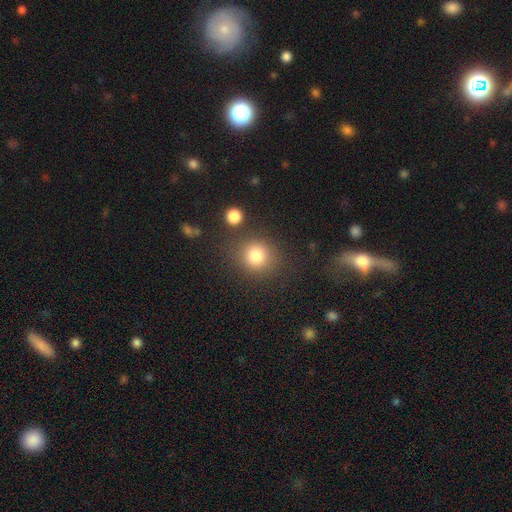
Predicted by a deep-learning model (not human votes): Smooth or featured?
  - smooth: 80% *
  - star or artifact: 13%
  - featured or disk: 7%
How rounded?
  - round: 85% *
  - in between: 14%
  - cigar-shaped: 1%
Merging?
  - none: 79% *
  - minor disturbance: 10%
  - merger: 6%
  - major disturbance: 5%